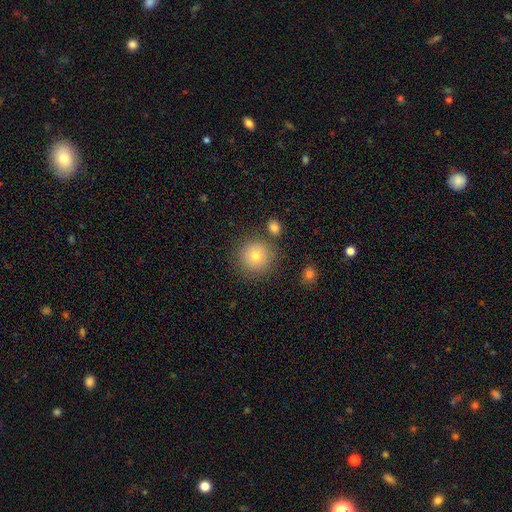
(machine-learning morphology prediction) A smooth galaxy with no disk features (77%) that is round (94%).

Vote fractions:
- Smooth or featured? smooth: 77% / star or artifact: 12% / featured or disk: 11%
- How rounded? round: 94% / in between: 5% / cigar-shaped: 1%
- Merging? none: 83% / minor disturbance: 8% / merger: 5% / major disturbance: 3%